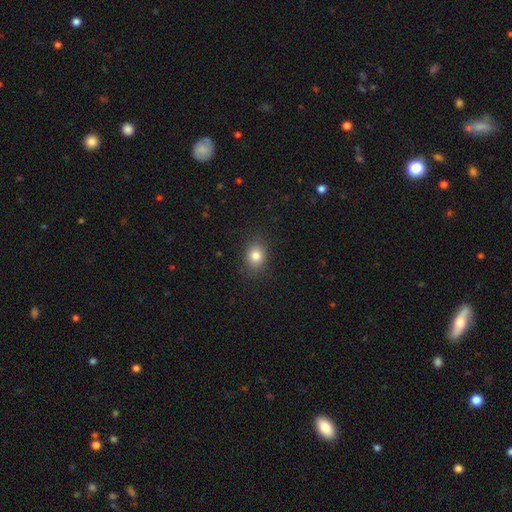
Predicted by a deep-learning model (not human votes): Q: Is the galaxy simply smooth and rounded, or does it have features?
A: smooth — 82%.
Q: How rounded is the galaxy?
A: in between — 51%.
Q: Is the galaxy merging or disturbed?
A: none — 86%.